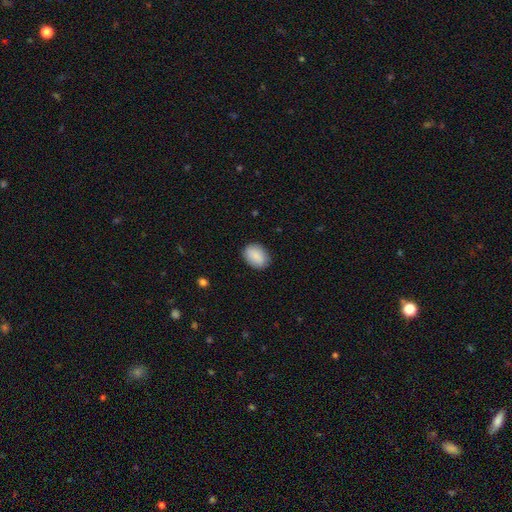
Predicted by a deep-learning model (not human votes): smooth-or-featured: smooth: 89% | star or artifact: 6% | featured or disk: 4%
  how-rounded: in between: 74% | round: 25% | cigar-shaped: 1%
  merging: none: 85% | minor disturbance: 11% | major disturbance: 3% | merger: 1%